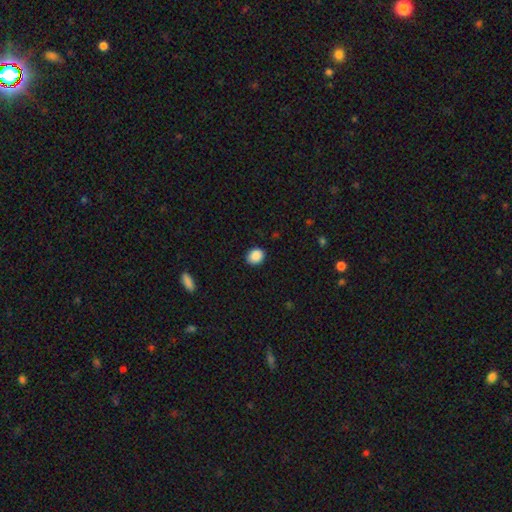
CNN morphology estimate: smooth-or-featured: smooth: 89% | star or artifact: 8% | featured or disk: 3%
  how-rounded: round: 64% | in between: 36% | cigar-shaped: 1%
  merging: none: 88% | minor disturbance: 8% | major disturbance: 2% | merger: 1%